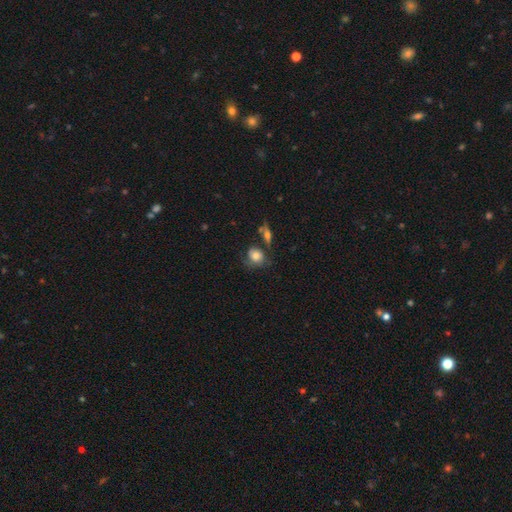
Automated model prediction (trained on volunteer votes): A smooth galaxy with no disk features (74%) that is round (66%).

Vote fractions:
- Smooth or featured? smooth: 74% / featured or disk: 17% / star or artifact: 9%
- How rounded? round: 66% / in between: 33% / cigar-shaped: 2%
- Merging? none: 52% / minor disturbance: 25% / major disturbance: 13% / merger: 10%